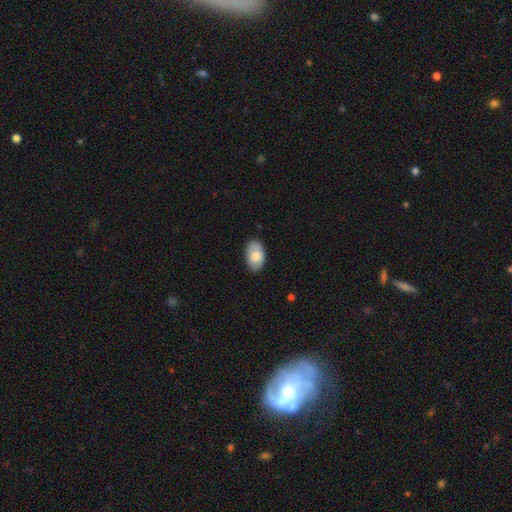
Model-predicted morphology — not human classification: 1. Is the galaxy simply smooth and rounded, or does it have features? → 79% smooth, 15% featured or disk, 6% star or artifact.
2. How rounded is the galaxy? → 93% in between, 6% round, 1% cigar-shaped.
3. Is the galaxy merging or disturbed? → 85% none, 12% minor disturbance, 2% major disturbance, 1% merger.